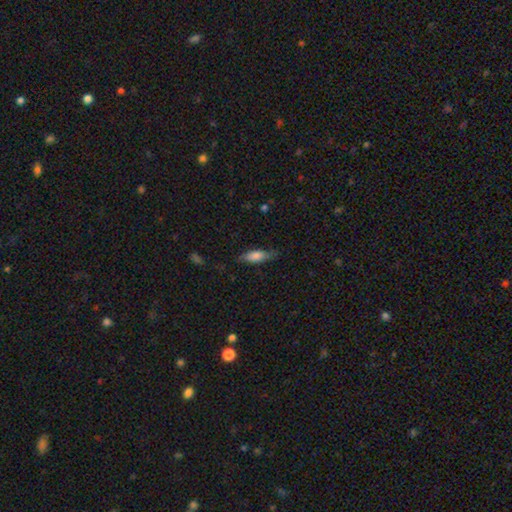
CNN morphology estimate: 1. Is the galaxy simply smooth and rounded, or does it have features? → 71% smooth, 22% featured or disk, 7% star or artifact.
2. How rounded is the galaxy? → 60% in between, 37% cigar-shaped, 2% round.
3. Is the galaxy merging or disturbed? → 68% none, 24% minor disturbance, 6% major disturbance, 1% merger.